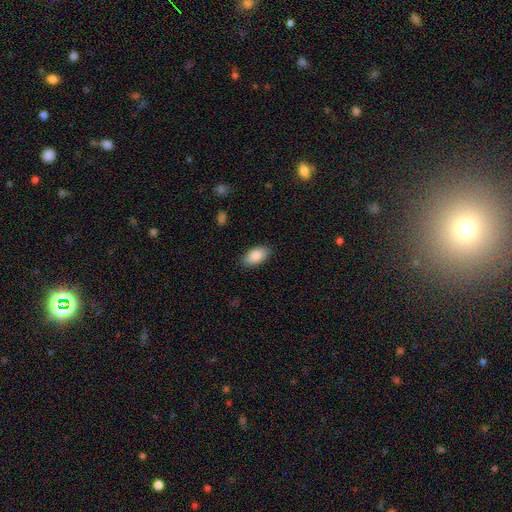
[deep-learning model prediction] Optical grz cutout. It shows a smooth galaxy with no disk features (89%) that is in between round and cigar-shaped (94%). Merging: none (87%).